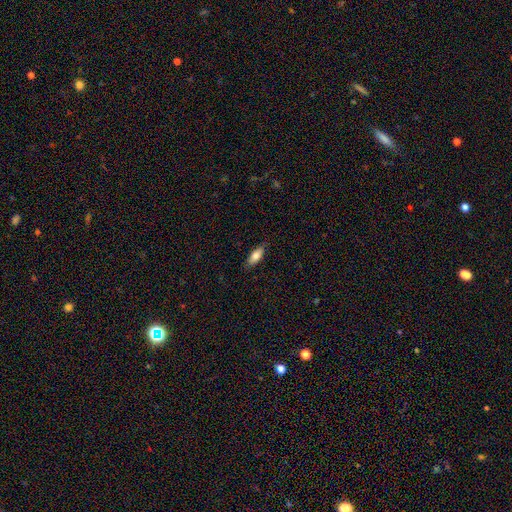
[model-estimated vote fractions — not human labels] The model was most divided on "how rounded": in between: 72%, cigar-shaped: 25%, round: 2%. More confident: merging — none (81%); smooth or featured — smooth (77%).